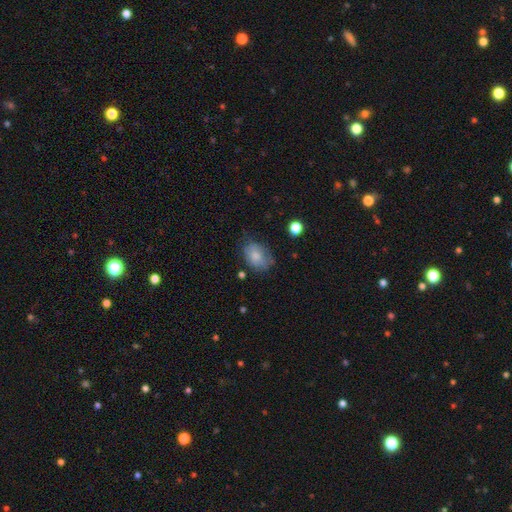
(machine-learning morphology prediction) Smooth or featured? smooth (80%)
How rounded? in between (75%)
Merging? none (61%)